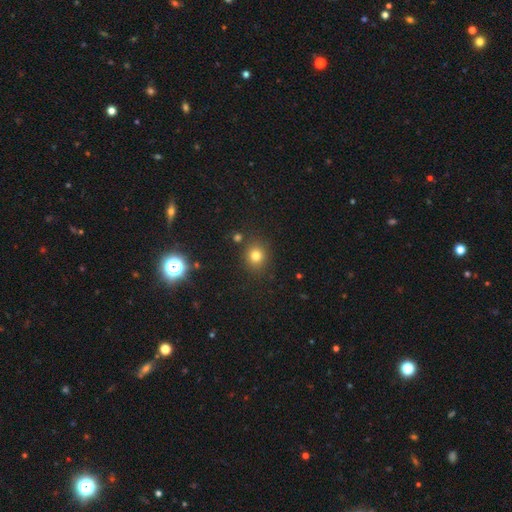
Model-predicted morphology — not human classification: smooth_or_featured: smooth (p=0.77) [alt: star or artifact p=0.16]
how_rounded: round (p=0.82) [alt: in between p=0.17]
merging: none (p=0.83) [alt: minor disturbance p=0.09]